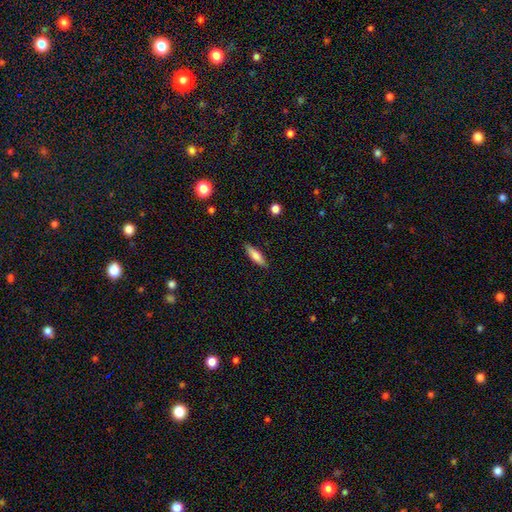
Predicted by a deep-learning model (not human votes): smooth-or-featured: smooth: 76% | featured or disk: 17% | star or artifact: 6%
  how-rounded: cigar-shaped: 66% | in between: 32% | round: 2%
  merging: none: 87% | minor disturbance: 10% | major disturbance: 2% | merger: 1%